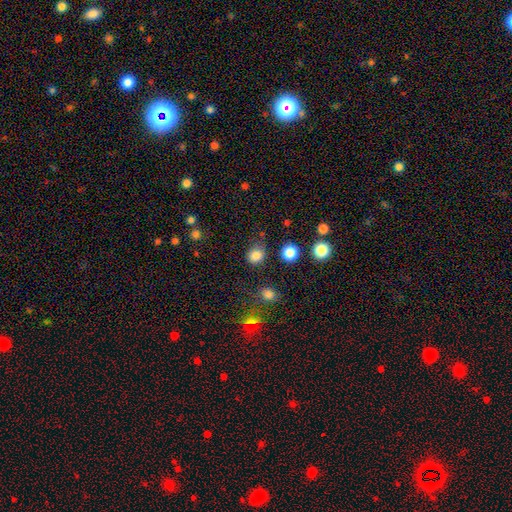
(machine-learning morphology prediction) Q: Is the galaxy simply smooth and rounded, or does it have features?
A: smooth — 82%.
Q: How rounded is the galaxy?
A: round — 76%.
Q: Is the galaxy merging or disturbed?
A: none — 74%.